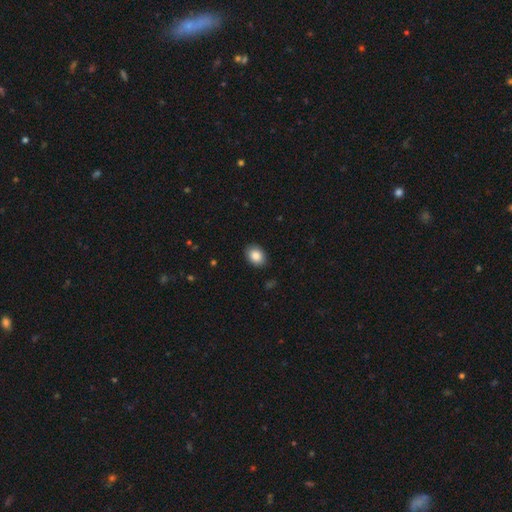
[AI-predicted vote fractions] Smooth or featured? Predicted: smooth (p=0.87). How rounded? Predicted: in between (p=0.70). Merging? Predicted: none (p=0.88).